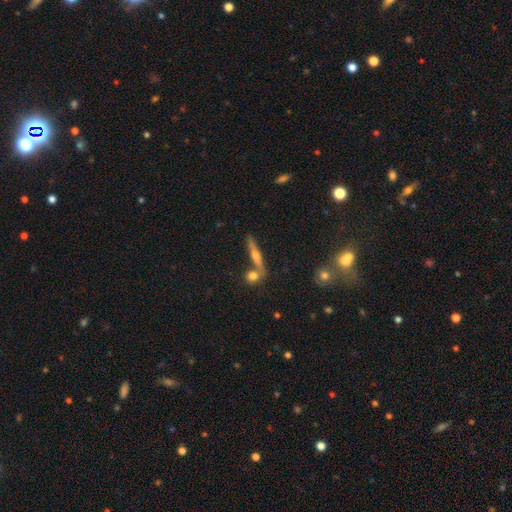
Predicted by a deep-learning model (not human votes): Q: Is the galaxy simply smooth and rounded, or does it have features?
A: featured or disk — 53%.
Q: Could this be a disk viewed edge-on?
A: yes — 92%.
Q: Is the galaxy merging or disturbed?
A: none — 68%.